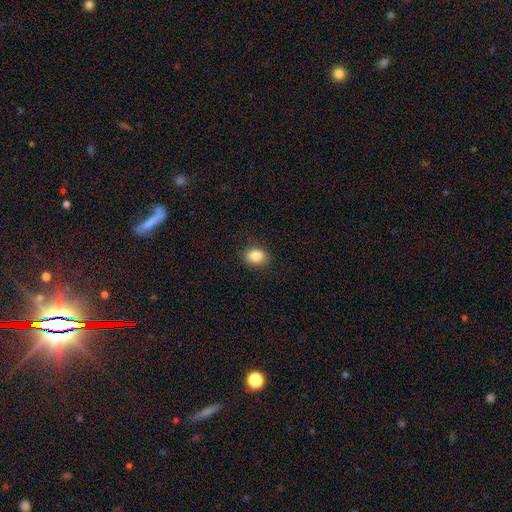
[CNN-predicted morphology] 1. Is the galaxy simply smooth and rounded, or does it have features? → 85% smooth, 9% star or artifact, 5% featured or disk.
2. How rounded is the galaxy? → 54% in between, 45% round, 1% cigar-shaped.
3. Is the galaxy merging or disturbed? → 87% none, 9% minor disturbance, 3% major disturbance, 1% merger.